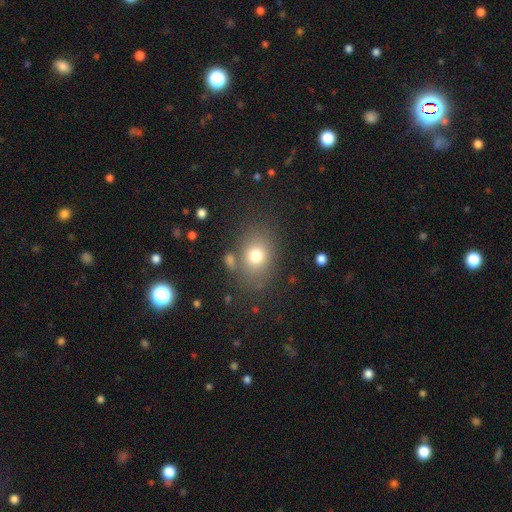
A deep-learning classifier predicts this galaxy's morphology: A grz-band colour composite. It shows a smooth galaxy with no disk features (74%) that is in between round and cigar-shaped (54%). Merging: none (73%).